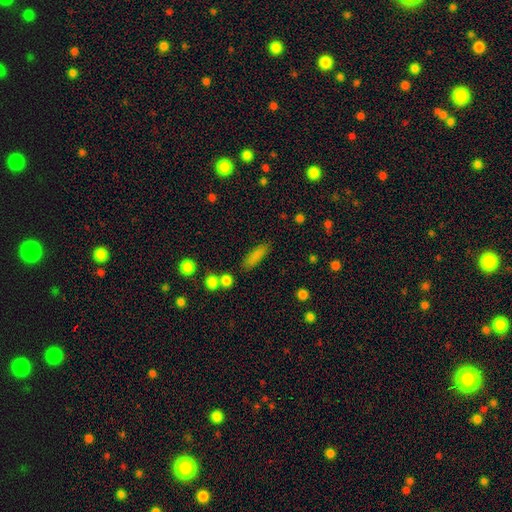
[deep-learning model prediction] Overall: smooth (82%). How rounded: cigar-shaped (62%; in between 35%). Merging: none (79%).